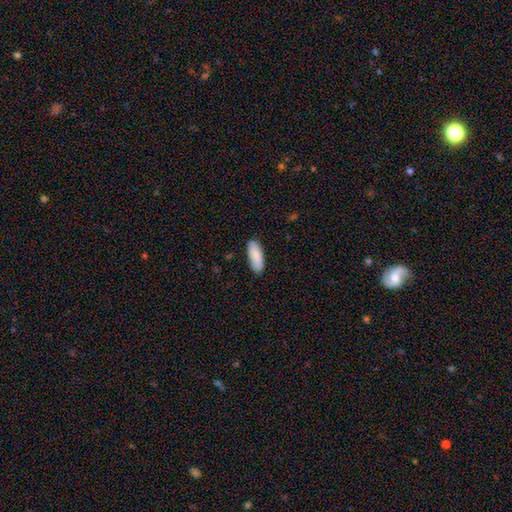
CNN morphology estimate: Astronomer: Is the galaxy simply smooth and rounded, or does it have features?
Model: smooth — 89%.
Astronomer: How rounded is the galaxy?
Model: in between — 75%.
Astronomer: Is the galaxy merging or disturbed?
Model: none — 87%.